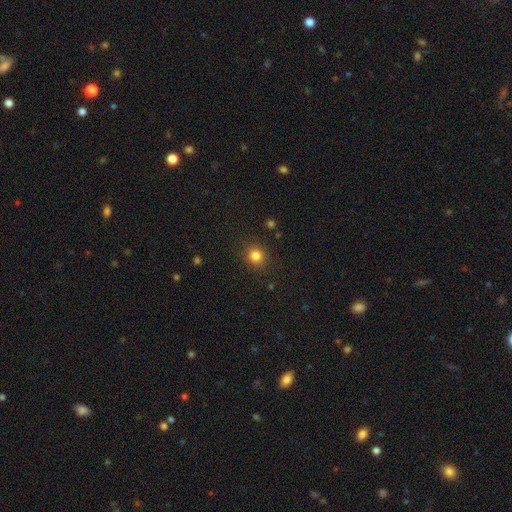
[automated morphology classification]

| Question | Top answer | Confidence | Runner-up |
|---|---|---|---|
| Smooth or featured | smooth | 82% | star or artifact (13%) |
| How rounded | round | 87% | in between (12%) |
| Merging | none | 89% | minor disturbance (7%) |